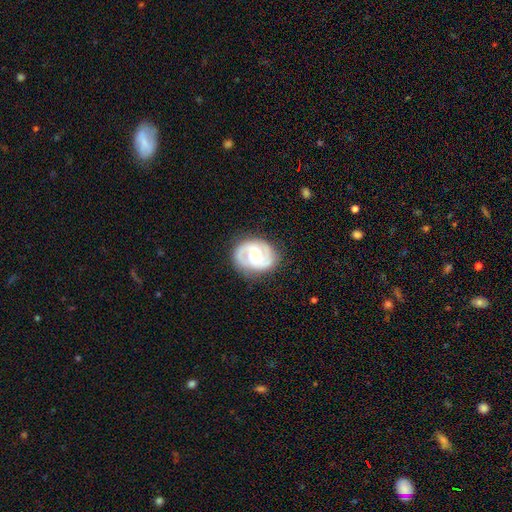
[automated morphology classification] Smooth or featured?
  - featured or disk: 83% *
  - smooth: 12%
  - star or artifact: 5%
Edge-on disk?
  - no: 98% *
  - yes: 2%
Bar?
  - no: 44% *
  - weak: 42%
  - strong: 13%
Spiral arms?
  - yes: 95% *
  - no: 5%
Spiral winding?
  - medium: 47% *
  - tight: 42%
  - loose: 11%
Spiral arm count?
  - 2: 87% *
  - can't tell: 5%
  - 3: 3%
  - 1: 2%
  - 4: 1%
  - more than 4: 1%
Bulge size?
  - moderate: 49% *
  - small: 42%
  - large: 6%
  - none: 3%
  - dominant: 1%
Merging?
  - none: 81% *
  - minor disturbance: 13%
  - major disturbance: 4%
  - merger: 1%